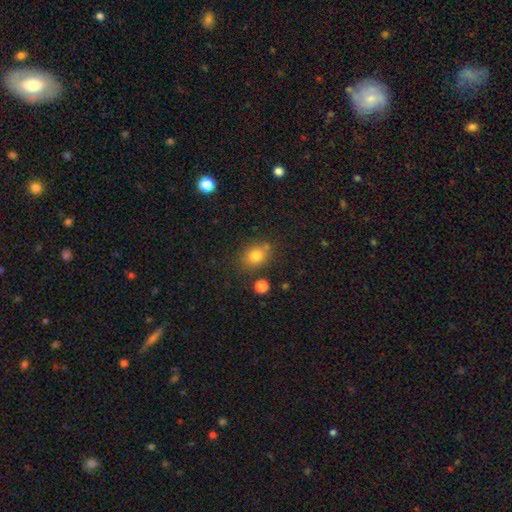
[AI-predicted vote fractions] Overall: smooth (80%). How rounded: round (51%; in between 48%). Merging: none (73%).